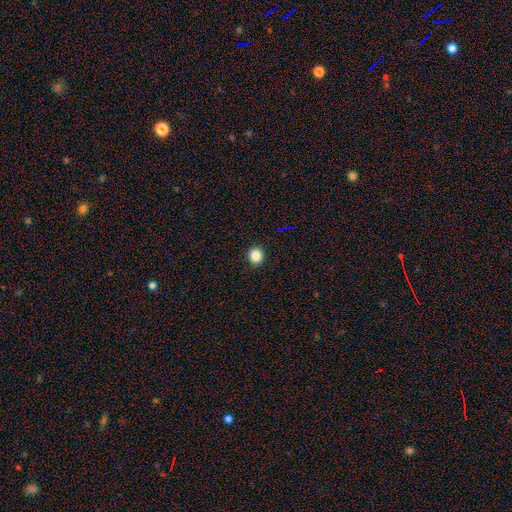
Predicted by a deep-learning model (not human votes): Q: Smooth or featured?
A: smooth (85%); runner-up: star or artifact (11%)
Q: How rounded?
A: round (81%); runner-up: in between (18%)
Q: Merging?
A: none (92%); runner-up: minor disturbance (6%)